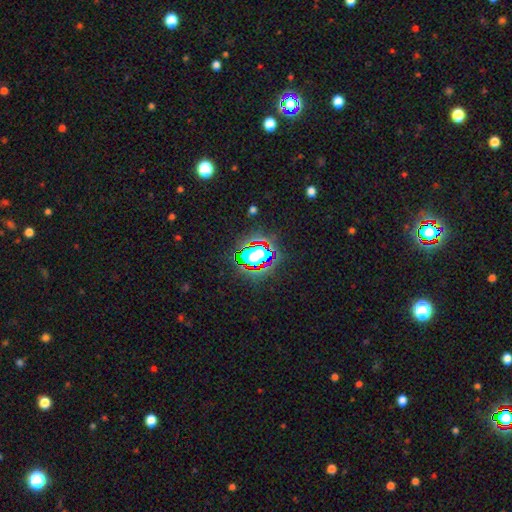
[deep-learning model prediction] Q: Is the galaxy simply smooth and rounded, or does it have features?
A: star or artifact — 59%.